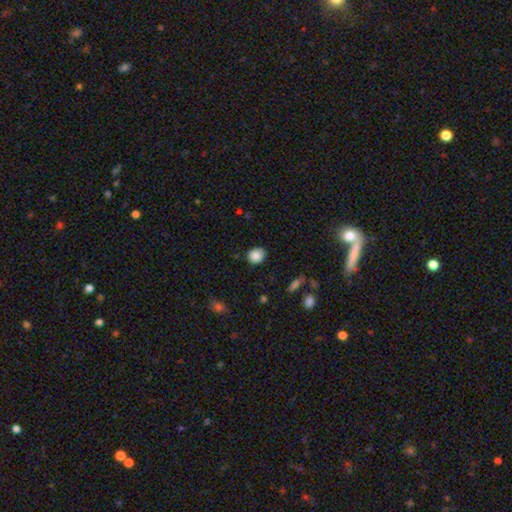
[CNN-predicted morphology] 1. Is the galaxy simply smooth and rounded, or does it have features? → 87% smooth, 9% star or artifact, 4% featured or disk.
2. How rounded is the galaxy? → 74% round, 25% in between, 1% cigar-shaped.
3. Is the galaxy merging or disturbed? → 82% none, 14% minor disturbance, 3% major disturbance, 2% merger.